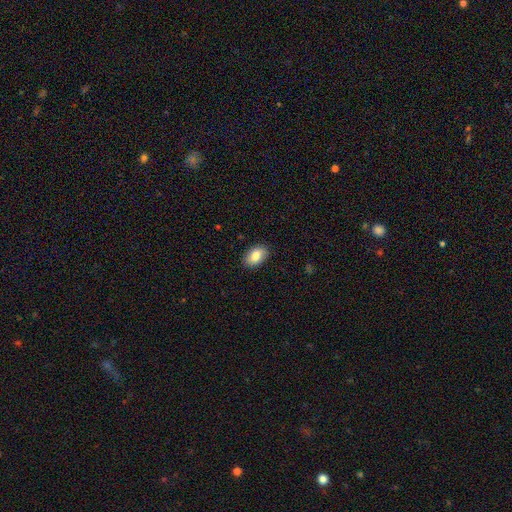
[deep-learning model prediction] This appears to be a smooth galaxy with no disk features (82%) that is in between round and cigar-shaped (89%). Merging: none (89%).